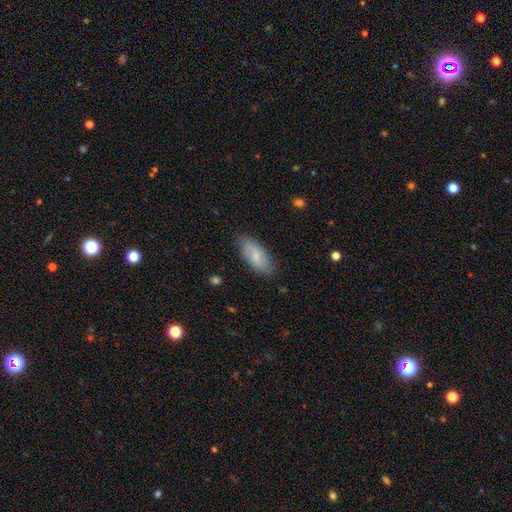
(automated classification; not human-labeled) Smooth or featured? smooth (67%)
How rounded? in between (86%)
Merging? none (79%)